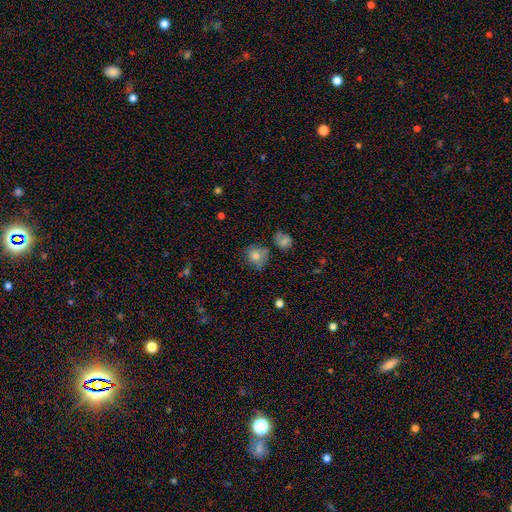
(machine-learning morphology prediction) Smooth or featured: smooth — 78% (star or artifact — 11%)
How rounded: round — 77% (in between — 22%)
Merging: none — 60% (minor disturbance — 23%)